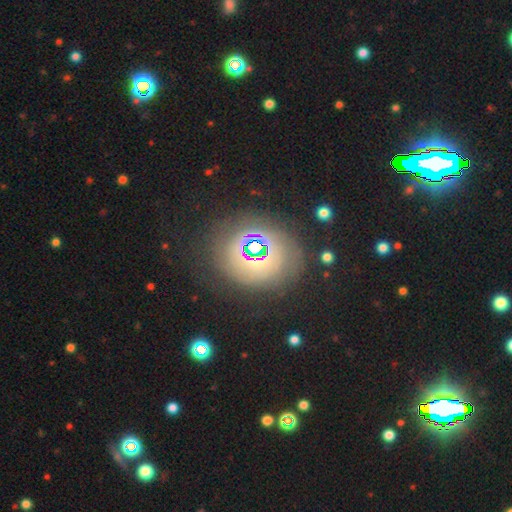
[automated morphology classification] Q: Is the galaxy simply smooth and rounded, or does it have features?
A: featured or disk — 43%.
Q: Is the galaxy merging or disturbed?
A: none — 77%.